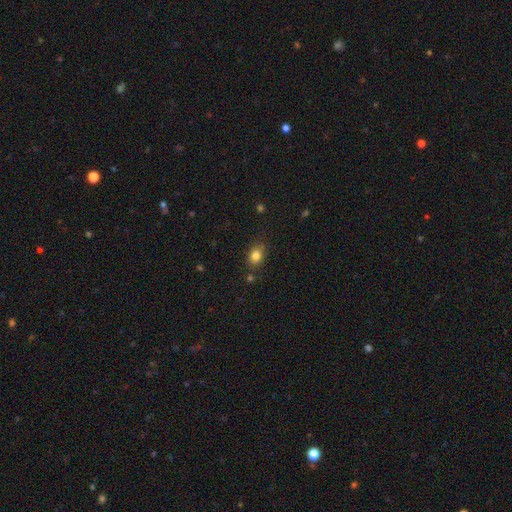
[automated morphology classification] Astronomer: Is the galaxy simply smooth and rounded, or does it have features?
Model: smooth — 82%.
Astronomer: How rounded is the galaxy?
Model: in between — 57% (runner-up: round, 42%).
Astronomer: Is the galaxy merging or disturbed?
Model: none — 78%.